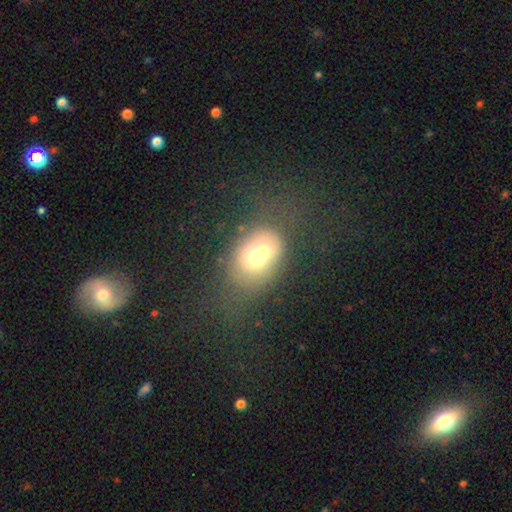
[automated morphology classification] smooth-or-featured: smooth: 57% | featured or disk: 30% | star or artifact: 13%
  how-rounded: in between: 69% | round: 29% | cigar-shaped: 2%
  merging: none: 34% | merger: 27% | major disturbance: 20% | minor disturbance: 19%